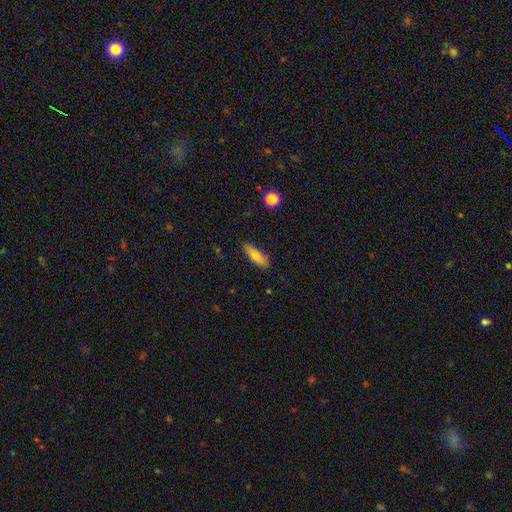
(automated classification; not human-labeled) Smooth or featured? smooth (76%)
How rounded? in between (57%)
Merging? none (85%)